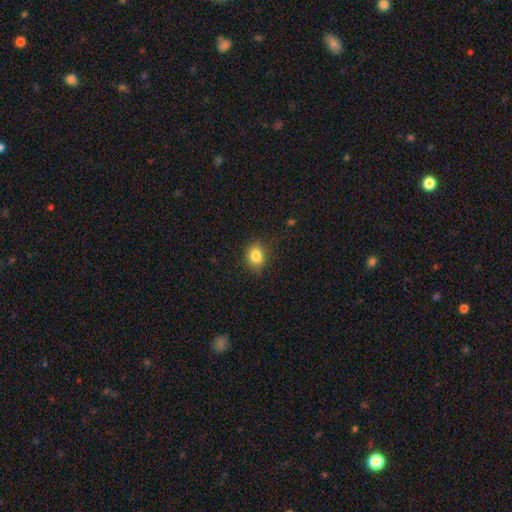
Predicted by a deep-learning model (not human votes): Q: Smooth or featured?
A: smooth (82%); runner-up: star or artifact (10%)
Q: How rounded?
A: round (56%); runner-up: in between (43%)
Q: Merging?
A: none (80%); runner-up: minor disturbance (15%)